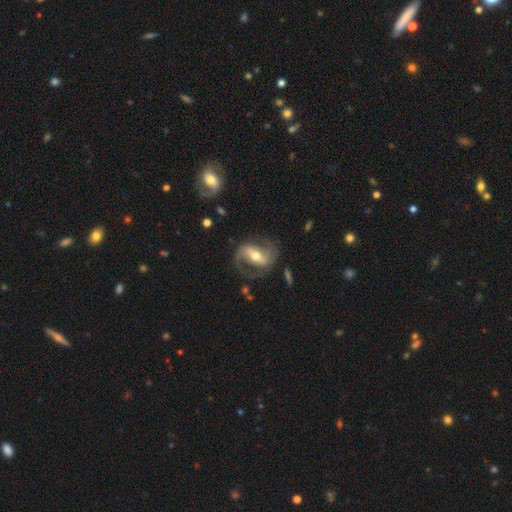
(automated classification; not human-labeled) Smooth or featured? featured or disk (84%)
Edge-on disk? no (96%)
Bar? strong (50%)
Spiral arms? yes (92%)
Spiral winding? medium (51%)
Spiral arm count? 2 (88%)
Bulge size? moderate (69%)
Merging? none (72%)